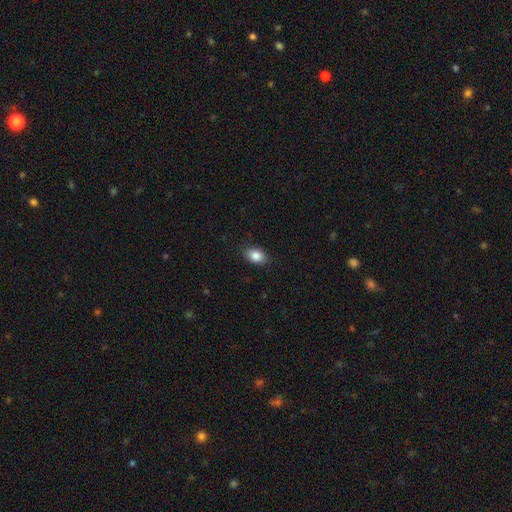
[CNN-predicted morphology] smooth 87%, star or artifact 8%, featured or disk 5%. Down the decision tree: how rounded — in between (85%); merging — none (87%).